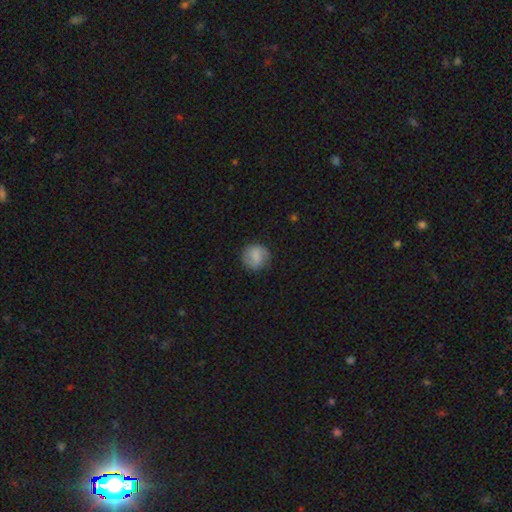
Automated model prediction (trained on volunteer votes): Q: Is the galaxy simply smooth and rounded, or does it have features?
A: smooth — 76%.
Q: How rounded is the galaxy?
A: round — 88%.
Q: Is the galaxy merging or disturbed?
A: none — 79%.